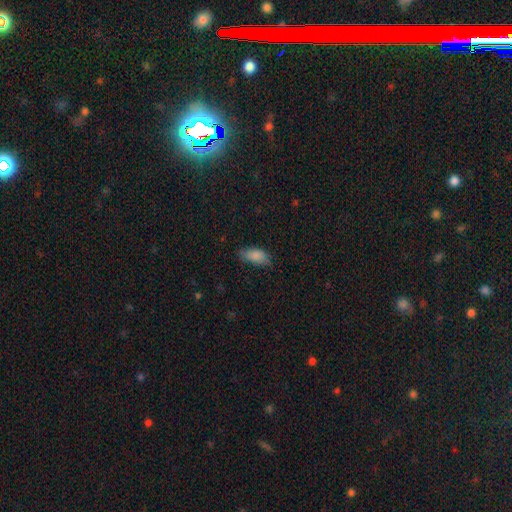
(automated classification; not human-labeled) Smooth or featured? Predicted: smooth (p=0.86). How rounded? Predicted: in between (p=0.87). Merging? Predicted: none (p=0.68).